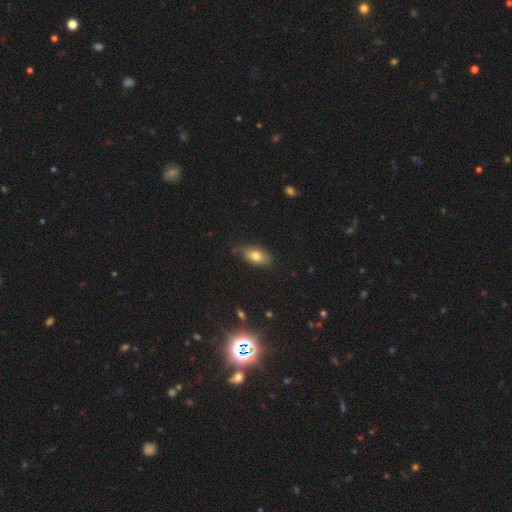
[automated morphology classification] Smooth or featured: smooth — 76% (featured or disk — 15%)
How rounded: in between — 88% (round — 7%)
Merging: none — 79% (minor disturbance — 17%)